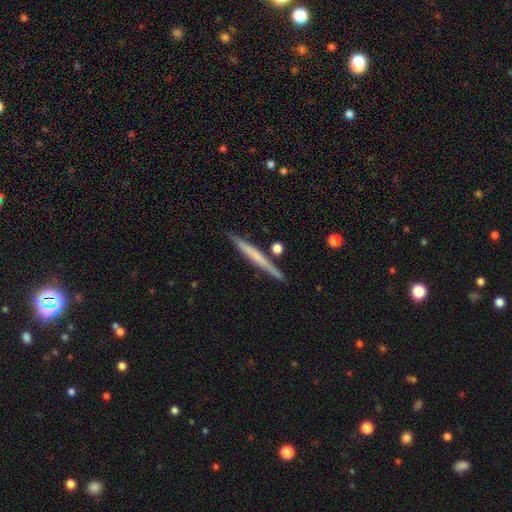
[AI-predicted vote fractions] featured or disk 48%, smooth 47%, star or artifact 6%. Down the decision tree: merging — none (85%).